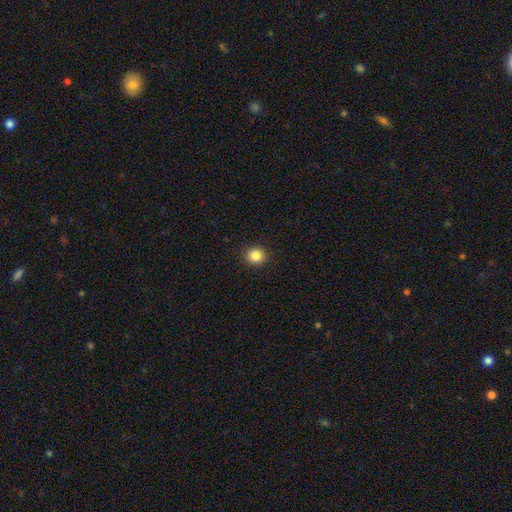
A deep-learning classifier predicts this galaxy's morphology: smooth-or-featured: smooth: 85% | star or artifact: 10% | featured or disk: 4%
  how-rounded: round: 86% | in between: 13% | cigar-shaped: 1%
  merging: none: 92% | minor disturbance: 6% | major disturbance: 2% | merger: 1%